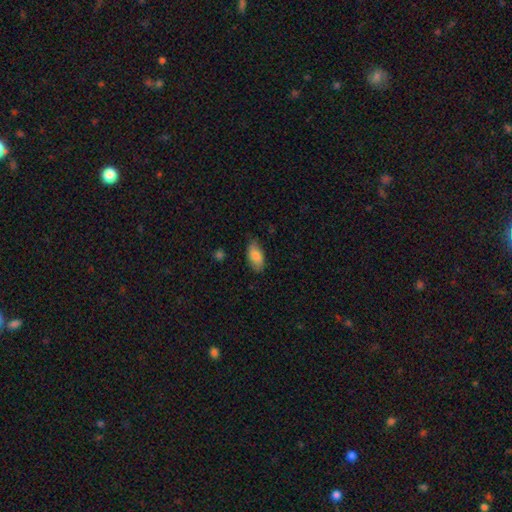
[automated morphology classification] smooth-or-featured: smooth: 83% | featured or disk: 10% | star or artifact: 6%
  how-rounded: in between: 92% | cigar-shaped: 5% | round: 3%
  merging: none: 75% | minor disturbance: 21% | major disturbance: 3% | merger: 1%